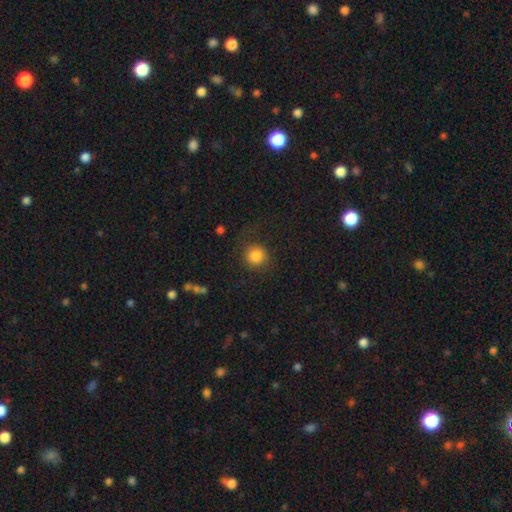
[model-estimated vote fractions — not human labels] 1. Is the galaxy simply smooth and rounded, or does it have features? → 83% smooth, 10% star or artifact, 7% featured or disk.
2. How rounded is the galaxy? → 91% round, 8% in between, 1% cigar-shaped.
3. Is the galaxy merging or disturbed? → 75% none, 14% minor disturbance, 9% major disturbance, 2% merger.